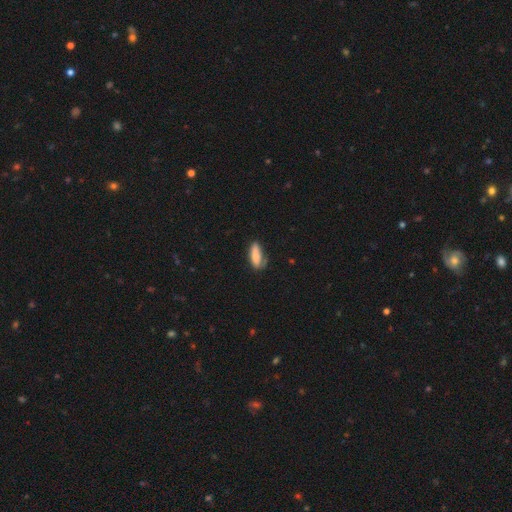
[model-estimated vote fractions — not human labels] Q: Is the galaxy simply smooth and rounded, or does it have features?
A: smooth — 82%.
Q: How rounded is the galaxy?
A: in between — 56%.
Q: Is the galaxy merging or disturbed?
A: none — 59%.